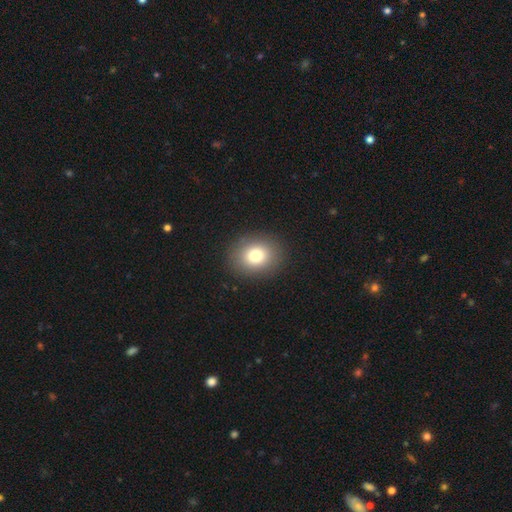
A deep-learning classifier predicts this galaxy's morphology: The model was most divided on "how rounded": round: 61%, in between: 38%, cigar-shaped: 1%. More confident: merging — none (90%); smooth or featured — smooth (79%).